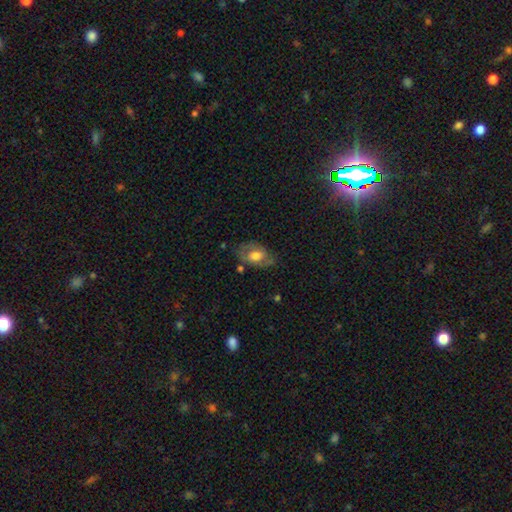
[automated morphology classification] Smooth or featured? Predicted: smooth (p=0.47). Merging? Predicted: none (p=0.60).